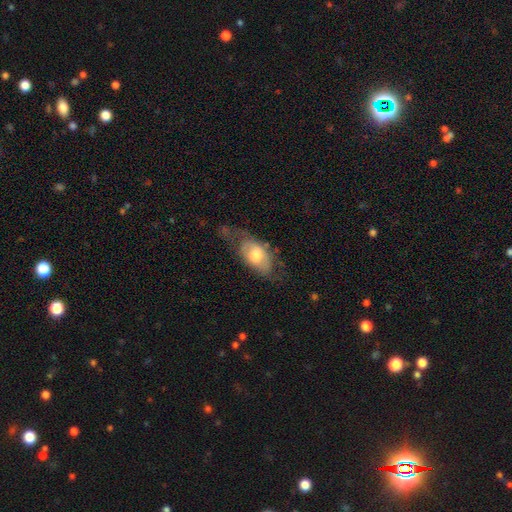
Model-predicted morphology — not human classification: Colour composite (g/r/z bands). It shows a smooth galaxy with no disk features (56%) that is in between round and cigar-shaped (89%). Merging: none (41%).